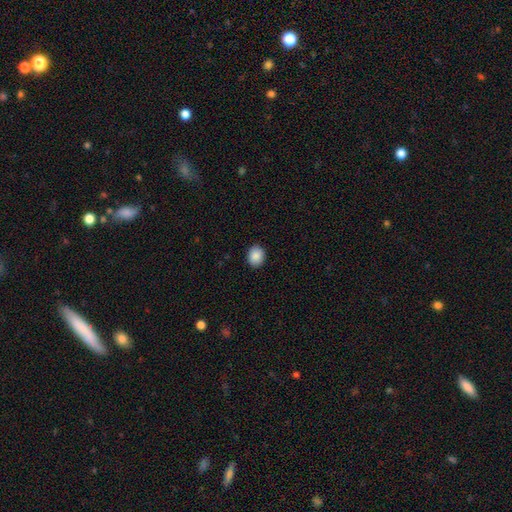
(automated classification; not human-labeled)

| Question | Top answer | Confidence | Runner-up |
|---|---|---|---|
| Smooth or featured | smooth | 89% | star or artifact (8%) |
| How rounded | round | 53% | in between (46%) |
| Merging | none | 90% | minor disturbance (7%) |